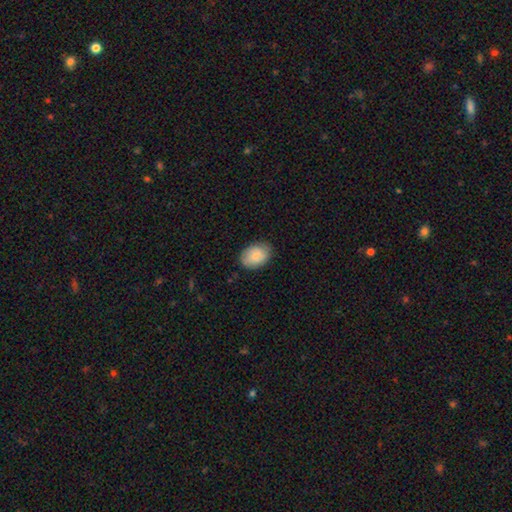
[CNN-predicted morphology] smooth_or_featured: smooth (p=0.81) [alt: featured or disk p=0.13]
how_rounded: in between (p=0.83) [alt: round p=0.16]
merging: none (p=0.82) [alt: minor disturbance p=0.15]